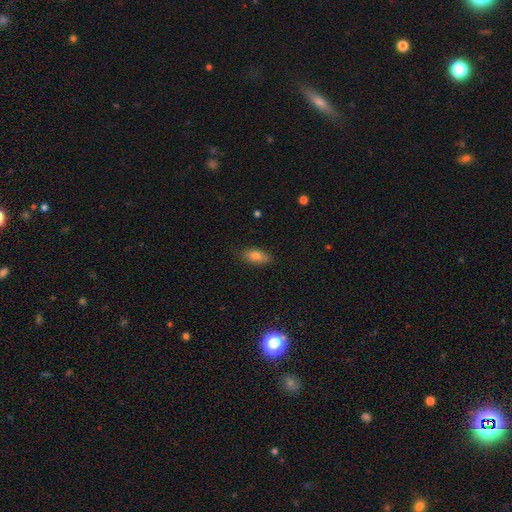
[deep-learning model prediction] smooth_or_featured: smooth (p=0.78) [alt: featured or disk p=0.13]
how_rounded: in between (p=0.84) [alt: cigar-shaped p=0.12]
merging: none (p=0.81) [alt: minor disturbance p=0.15]